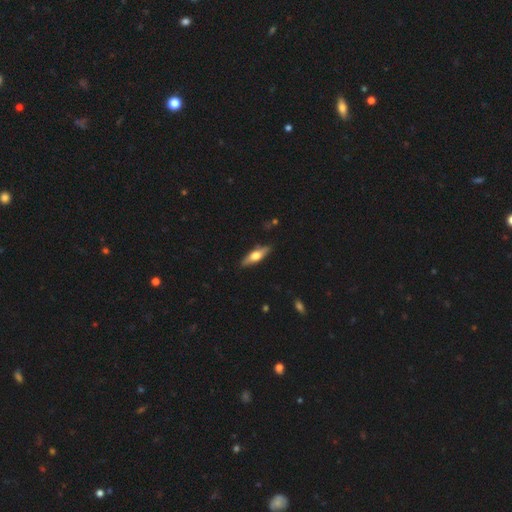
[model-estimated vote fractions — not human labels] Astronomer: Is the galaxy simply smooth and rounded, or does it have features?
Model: featured or disk — 51% (runner-up: smooth, 43%).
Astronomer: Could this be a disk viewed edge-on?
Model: yes — 90%.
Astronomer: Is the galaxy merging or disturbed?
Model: none — 86%.